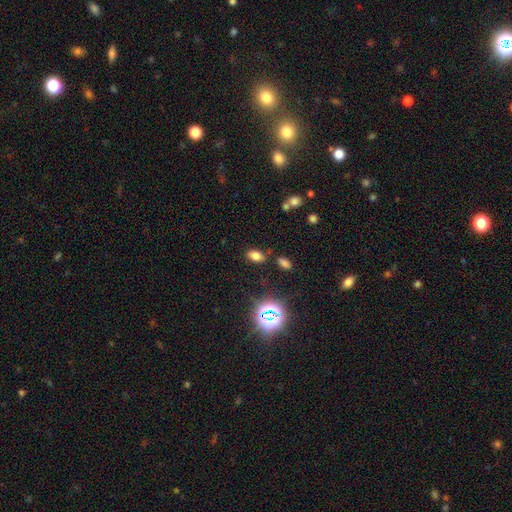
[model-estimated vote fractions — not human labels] Smooth or featured?
  - smooth: 68% *
  - star or artifact: 23%
  - featured or disk: 10%
How rounded?
  - in between: 88% *
  - round: 9%
  - cigar-shaped: 3%
Merging?
  - none: 80% *
  - minor disturbance: 11%
  - merger: 6%
  - major disturbance: 4%